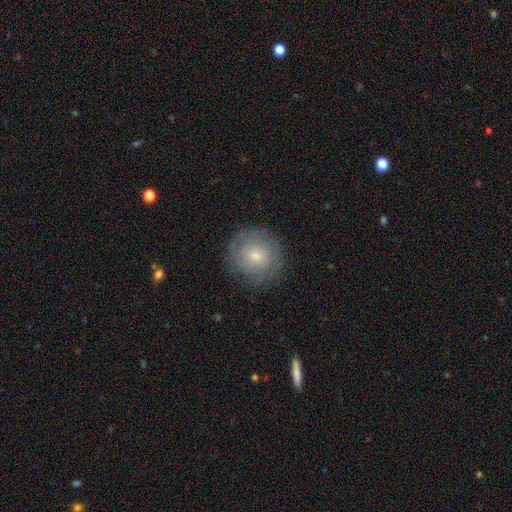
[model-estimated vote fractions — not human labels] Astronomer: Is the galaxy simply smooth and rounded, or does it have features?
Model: smooth — 54% (runner-up: featured or disk, 38%).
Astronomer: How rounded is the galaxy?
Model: round — 93%.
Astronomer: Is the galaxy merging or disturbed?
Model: none — 83%.